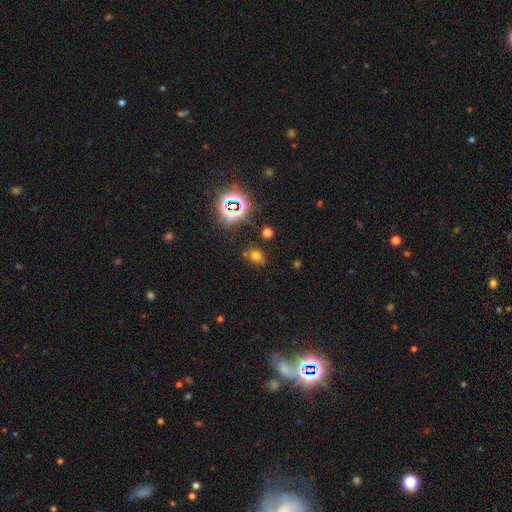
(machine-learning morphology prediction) Overall: smooth (60%; star or artifact 31%). How rounded: in between (52%; round 47%). Merging: none (73%).